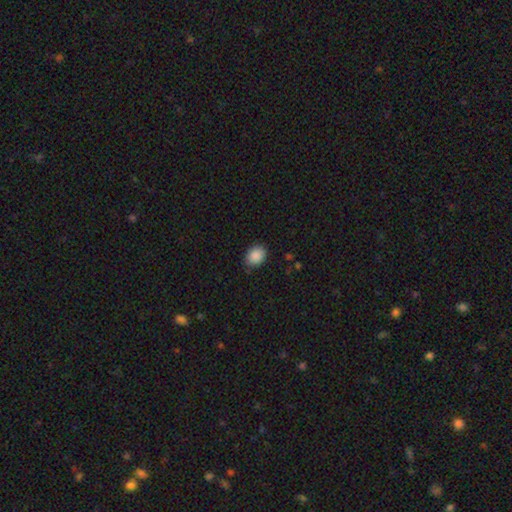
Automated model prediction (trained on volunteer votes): A smooth galaxy with no disk features (89%) that is in between round and cigar-shaped (60%). Merging: none (83%).